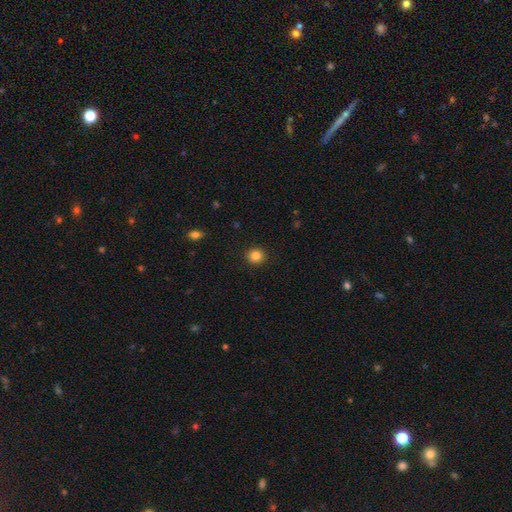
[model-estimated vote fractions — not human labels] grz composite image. It shows a smooth galaxy with no disk features (85%) that is round (88%). Merging: none (92%).